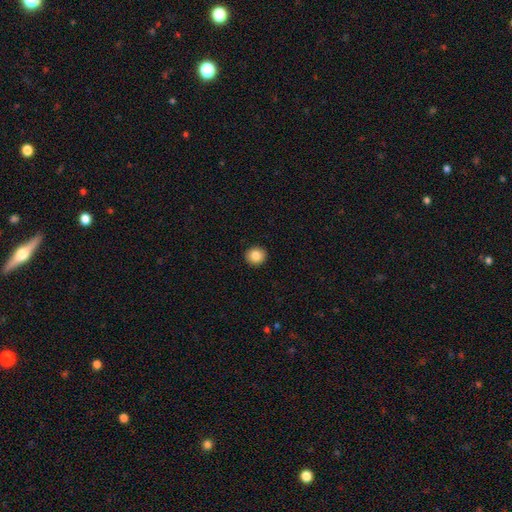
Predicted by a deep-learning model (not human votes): smooth_or_featured: smooth (p=0.85) [alt: star or artifact p=0.09]
how_rounded: round (p=0.88) [alt: in between p=0.11]
merging: none (p=0.92) [alt: minor disturbance p=0.05]